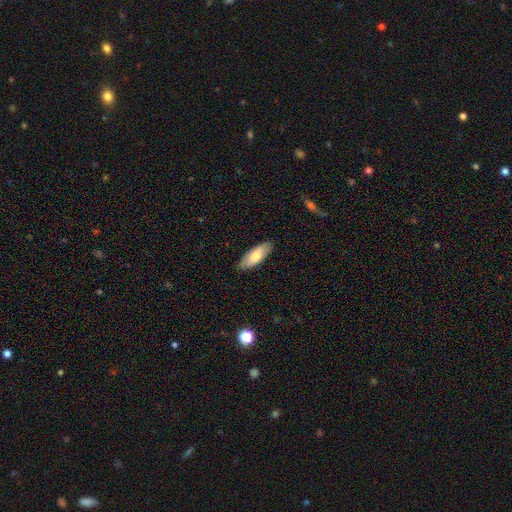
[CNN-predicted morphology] A smooth galaxy with no disk features (77%) that is in between round and cigar-shaped (71%). Merging: none (88%).